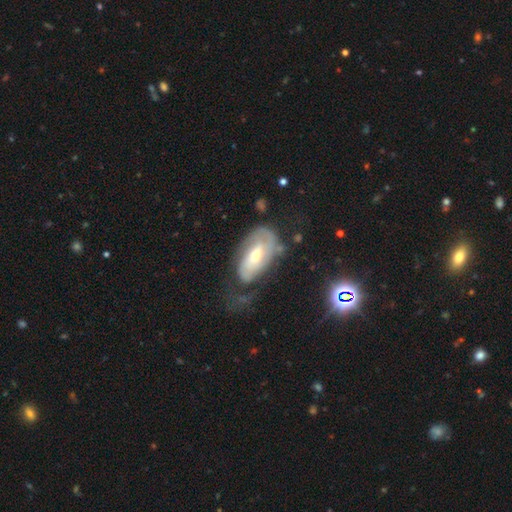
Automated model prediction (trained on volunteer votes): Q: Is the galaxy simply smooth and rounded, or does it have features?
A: featured or disk — 66%.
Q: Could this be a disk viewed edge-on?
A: no — 92%.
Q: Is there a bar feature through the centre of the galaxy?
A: no — 49%.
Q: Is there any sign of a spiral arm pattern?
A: yes — 77%.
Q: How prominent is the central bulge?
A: moderate — 67%.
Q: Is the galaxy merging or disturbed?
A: none — 40%.